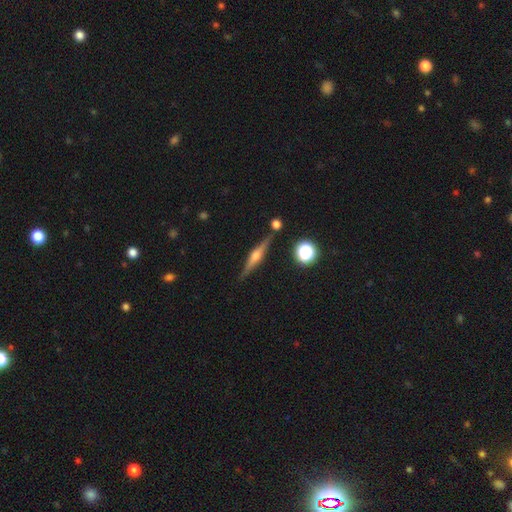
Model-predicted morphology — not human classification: This is likely a featured or disk galaxy (76%). It is clearly viewed edge-on (97%). Edge-on bulge: clearly rounded (89%). Merging: clearly none (86%).